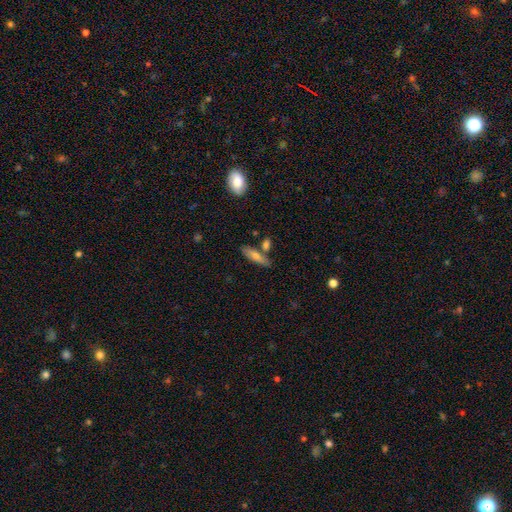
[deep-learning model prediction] Smooth or featured: smooth — 61% (featured or disk — 31%)
How rounded: cigar-shaped — 62% (in between — 35%)
Merging: none — 70% (minor disturbance — 14%)